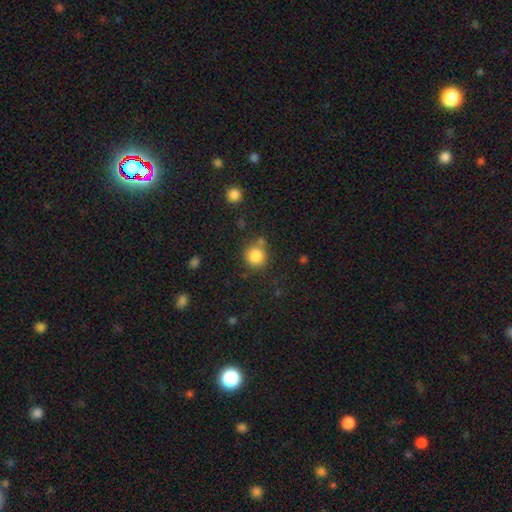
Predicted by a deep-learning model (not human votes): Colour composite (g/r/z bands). It shows a smooth galaxy with no disk features (85%) that is round (90%). Merging: none (72%).